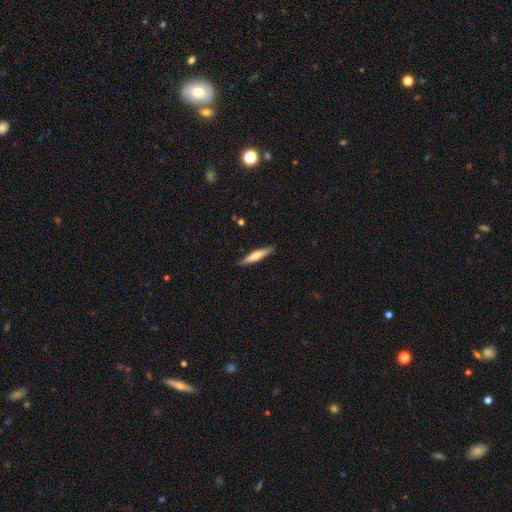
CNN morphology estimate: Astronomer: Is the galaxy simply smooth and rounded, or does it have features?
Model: smooth — 57% (runner-up: featured or disk, 38%).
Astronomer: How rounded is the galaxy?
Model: cigar-shaped — 89%.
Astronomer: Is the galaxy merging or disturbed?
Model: none — 89%.